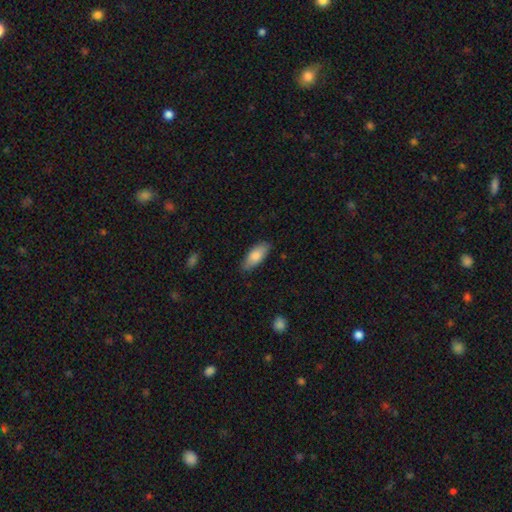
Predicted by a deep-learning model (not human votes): Smooth or featured? smooth (80%)
How rounded? in between (80%)
Merging? none (81%)